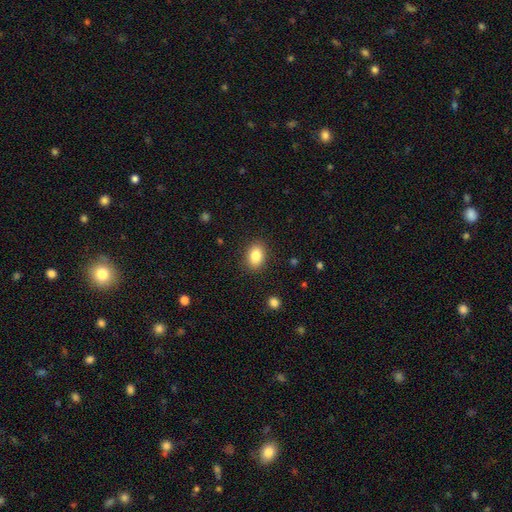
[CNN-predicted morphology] Overall: smooth (86%). How rounded: in between (78%). Merging: none (87%).